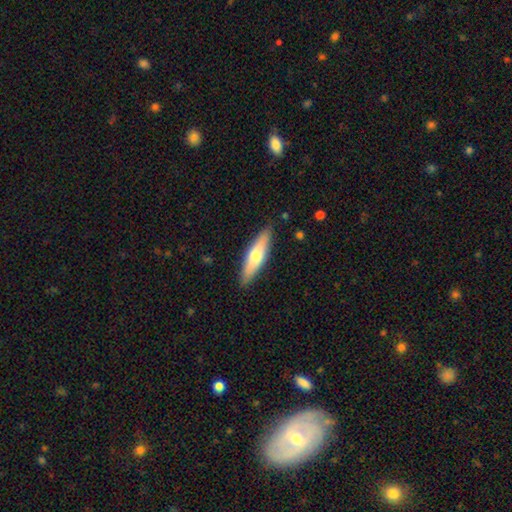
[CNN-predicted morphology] smooth 59%, featured or disk 35%, star or artifact 5%. Down the decision tree: how rounded — cigar-shaped (71%); merging — none (88%).